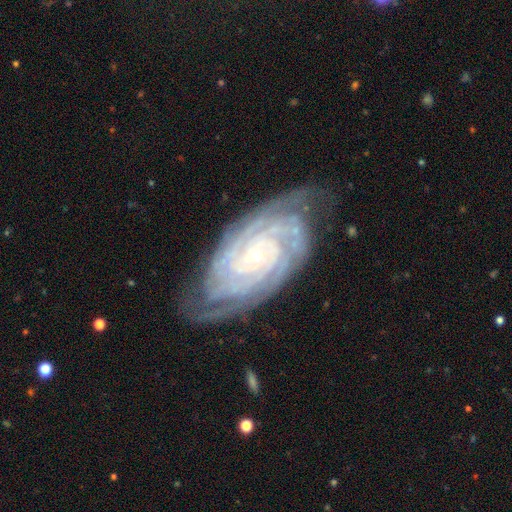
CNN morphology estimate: smooth_or_featured: featured or disk (p=0.92) [alt: star or artifact p=0.05]
disk_edge_on: no (p=0.96) [alt: yes p=0.04]
bar: no (p=0.71) [alt: weak p=0.20]
has_spiral_arms: yes (p=0.99) [alt: no p=0.01]
spiral_winding: tight (p=0.85) [alt: medium p=0.13]
spiral_arm_count: 4 (p=0.29) [alt: 3 p=0.19]
bulge_size: small (p=0.83) [alt: moderate p=0.13]
merging: none (p=0.74) [alt: minor disturbance p=0.19]